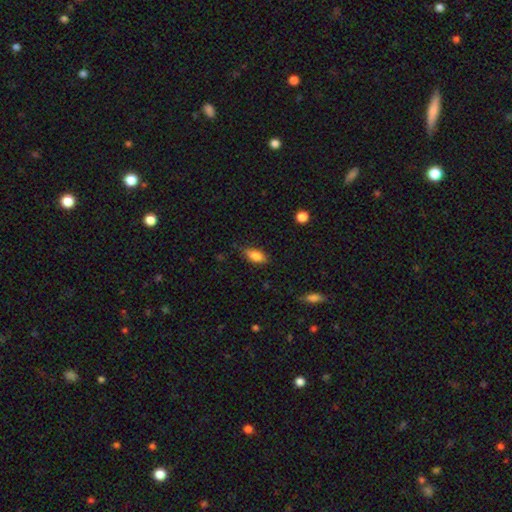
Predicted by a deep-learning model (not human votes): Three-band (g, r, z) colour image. It shows a smooth galaxy with no disk features (79%) that is in between round and cigar-shaped (83%). Merging: none (79%).